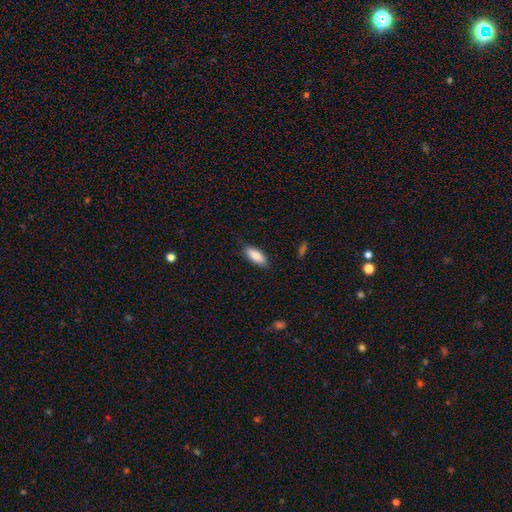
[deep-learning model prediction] Smooth or featured?
  - smooth: 86% *
  - featured or disk: 8%
  - star or artifact: 6%
How rounded?
  - in between: 75% *
  - cigar-shaped: 23%
  - round: 2%
Merging?
  - none: 86% *
  - minor disturbance: 11%
  - major disturbance: 2%
  - merger: 1%